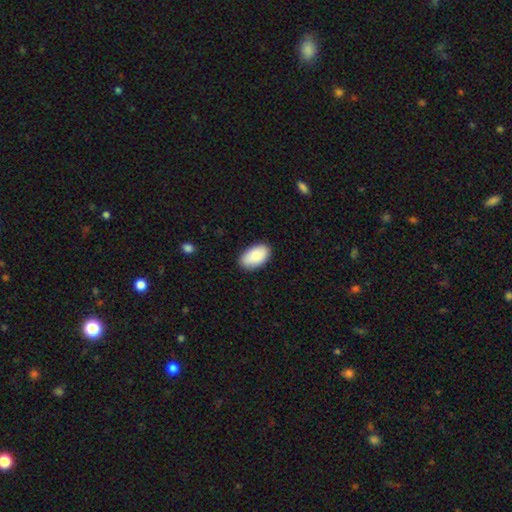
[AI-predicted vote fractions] Smooth or featured?
  - smooth: 85% *
  - featured or disk: 9%
  - star or artifact: 6%
How rounded?
  - in between: 95% *
  - round: 4%
  - cigar-shaped: 1%
Merging?
  - none: 87% *
  - minor disturbance: 11%
  - major disturbance: 2%
  - merger: 1%